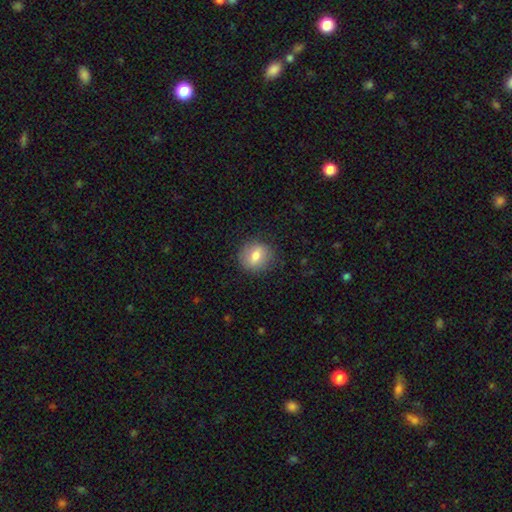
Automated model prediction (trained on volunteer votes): Overall: smooth (72%). How rounded: round (78%). Merging: none (84%).